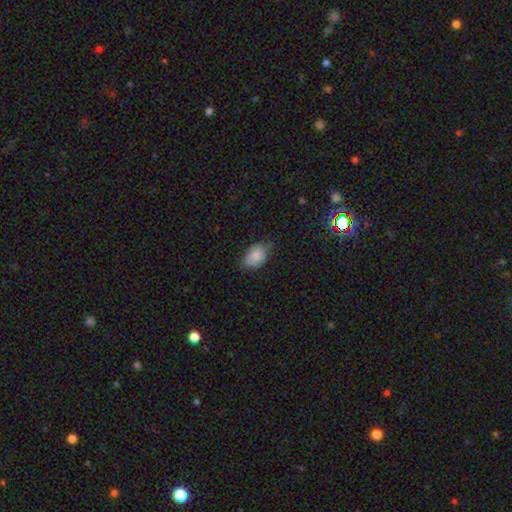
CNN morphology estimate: Q: Smooth or featured?
A: smooth (85%); runner-up: star or artifact (8%)
Q: How rounded?
A: in between (84%); runner-up: round (14%)
Q: Merging?
A: none (65%); runner-up: minor disturbance (29%)